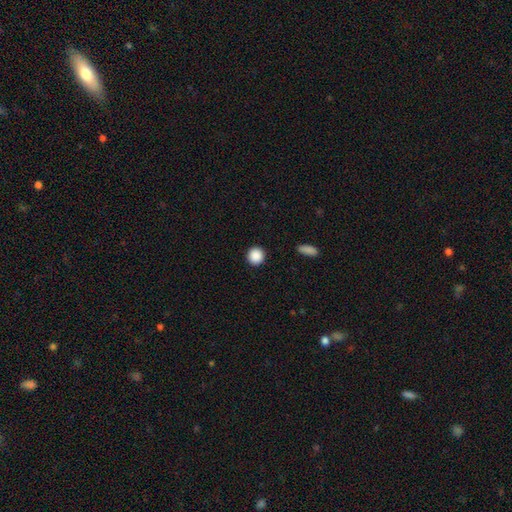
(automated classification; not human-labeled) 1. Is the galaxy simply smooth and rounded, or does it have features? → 89% smooth, 9% star or artifact, 2% featured or disk.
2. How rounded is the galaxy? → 94% round, 5% in between, 1% cigar-shaped.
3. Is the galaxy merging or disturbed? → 92% none, 5% minor disturbance, 2% major disturbance, 1% merger.